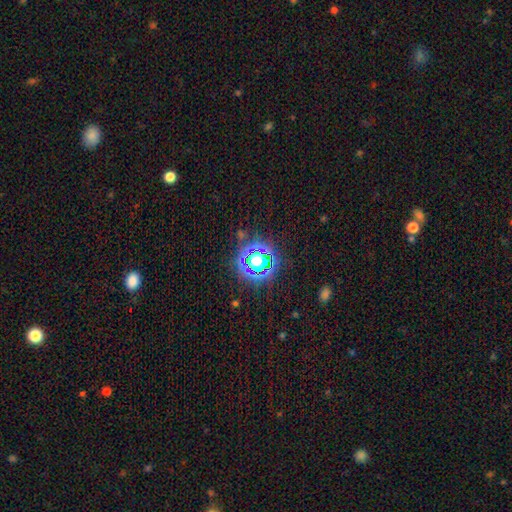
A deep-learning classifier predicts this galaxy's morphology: The model was most divided on "smooth or featured": star or artifact: 69%, smooth: 20%, featured or disk: 11%.